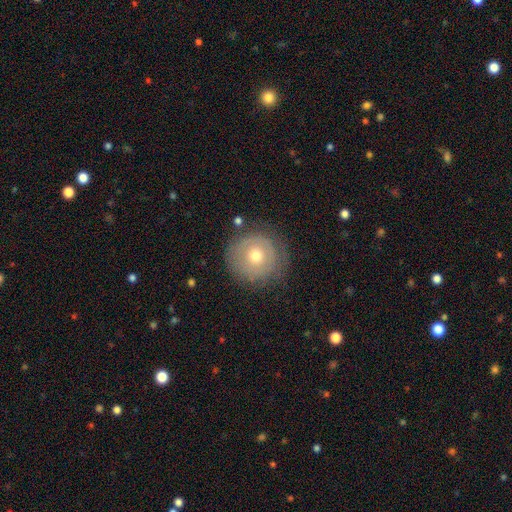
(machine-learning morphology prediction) Smooth or featured: smooth — 51% (featured or disk — 40%)
How rounded: round — 93% (in between — 6%)
Merging: none — 80% (minor disturbance — 14%)